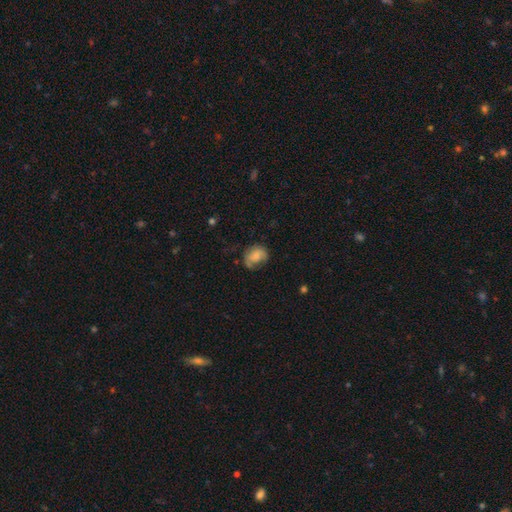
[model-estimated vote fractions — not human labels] smooth 72%, featured or disk 19%, star or artifact 9%. Down the decision tree: how rounded — in between (59%); merging — none (44%).